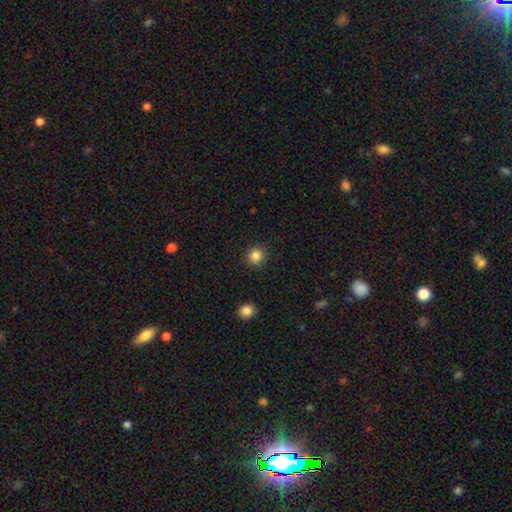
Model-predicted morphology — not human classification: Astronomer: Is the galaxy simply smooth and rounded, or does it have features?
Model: smooth — 85%.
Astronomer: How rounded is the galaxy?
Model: round — 93%.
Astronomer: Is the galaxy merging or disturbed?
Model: none — 92%.